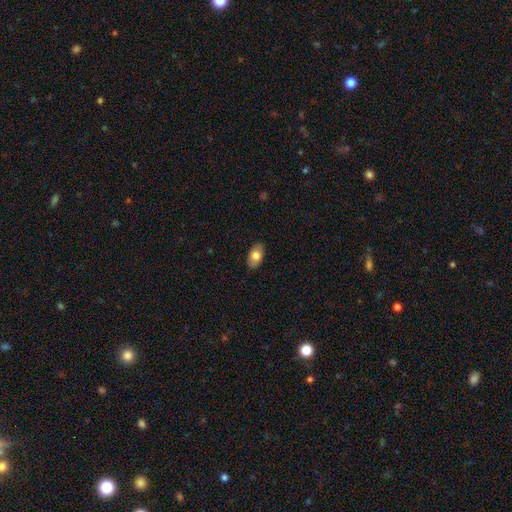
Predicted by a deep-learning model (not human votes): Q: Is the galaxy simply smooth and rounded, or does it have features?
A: smooth — 79%.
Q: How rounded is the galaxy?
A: in between — 93%.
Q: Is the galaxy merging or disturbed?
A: none — 87%.